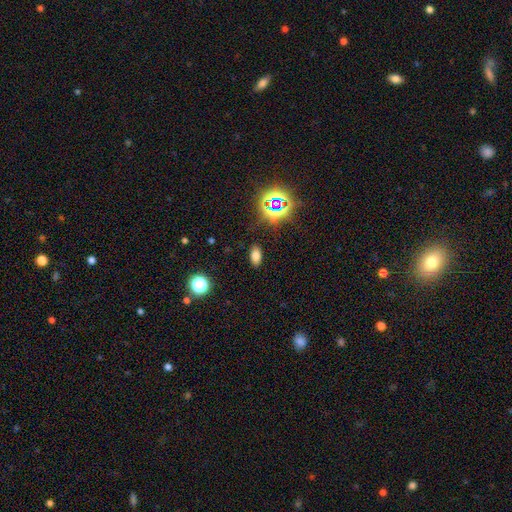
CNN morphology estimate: The model was most divided on "smooth or featured": smooth: 69%, star or artifact: 22%, featured or disk: 8%. More confident: how rounded — in between (90%); merging — none (87%).